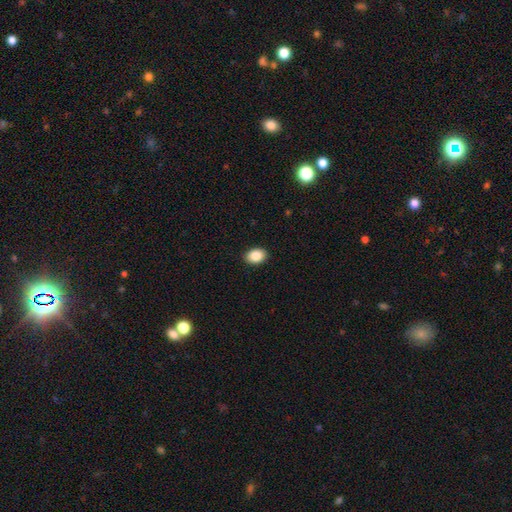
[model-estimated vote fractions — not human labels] Smooth or featured? smooth (87%)
How rounded? in between (78%)
Merging? none (91%)